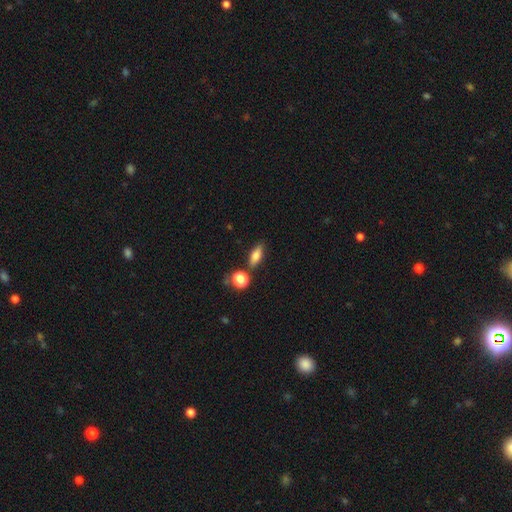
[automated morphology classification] A smooth galaxy with no disk features (75%) that is in between round and cigar-shaped (66%).

Vote fractions:
- Smooth or featured? smooth: 75% / featured or disk: 16% / star or artifact: 9%
- How rounded? in between: 66% / cigar-shaped: 25% / round: 9%
- Merging? none: 75% / minor disturbance: 13% / merger: 9% / major disturbance: 4%